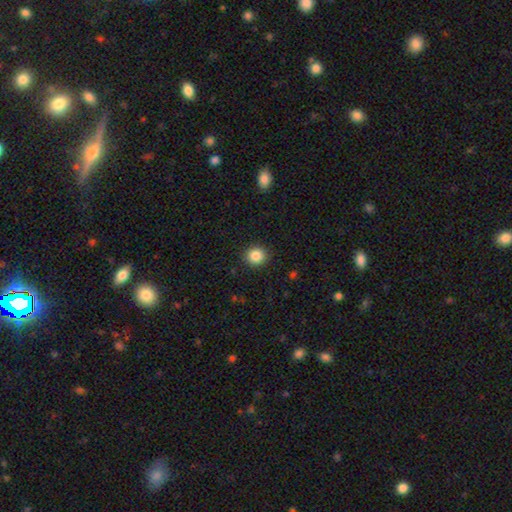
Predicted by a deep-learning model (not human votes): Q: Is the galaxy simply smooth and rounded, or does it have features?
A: smooth — 86%.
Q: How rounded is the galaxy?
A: round — 91%.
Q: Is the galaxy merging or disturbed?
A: none — 91%.